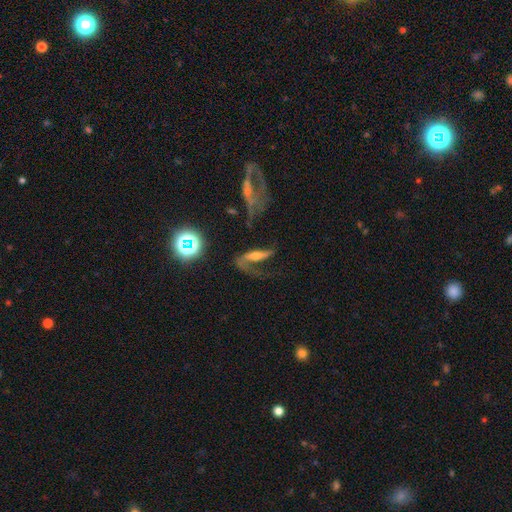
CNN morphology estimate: A featured or disk galaxy (72%) with no bar (37%), 2 (68%) loose (76%) spiral arms (87%) and a moderate central bulge (44%).

Vote fractions:
- Smooth or featured? featured or disk: 72% / smooth: 17% / star or artifact: 11%
- Edge-on disk? no: 81% / yes: 19%
- Bar? no: 37% / strong: 33% / weak: 30%
- Spiral arms? yes: 87% / no: 13%
- Spiral winding? loose: 76% / medium: 18% / tight: 6%
- Spiral arm count? 2: 68% / 1: 26% / can't tell: 4% / 3: 1% / 4: 1% / more than 4: 1%
- Bulge size? moderate: 44% / small: 31% / large: 12% / none: 10% / dominant: 3%
- Merging? none: 39% / major disturbance: 36% / minor disturbance: 16% / merger: 9%